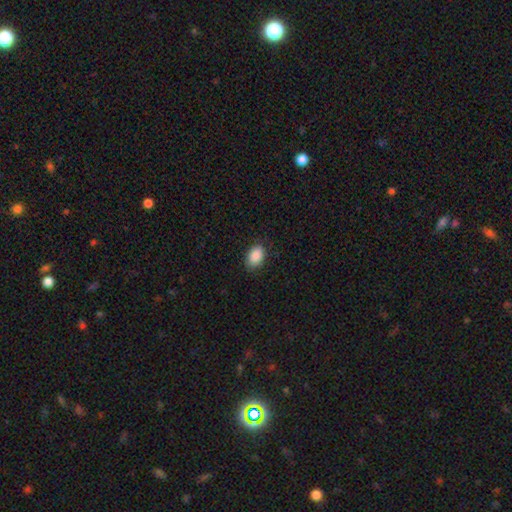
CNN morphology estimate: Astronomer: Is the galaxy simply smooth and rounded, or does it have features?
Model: smooth — 89%.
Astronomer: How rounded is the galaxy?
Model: in between — 87%.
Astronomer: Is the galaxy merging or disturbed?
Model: none — 84%.